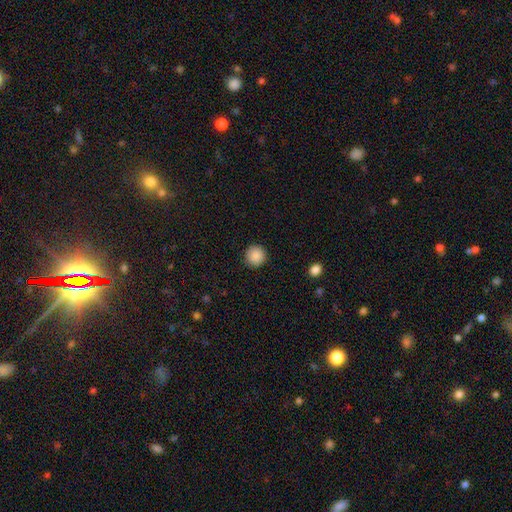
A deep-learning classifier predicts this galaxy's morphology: The model was most divided on "smooth or featured": smooth: 89%, star or artifact: 8%, featured or disk: 3%. More confident: how rounded — round (95%); merging — none (92%).